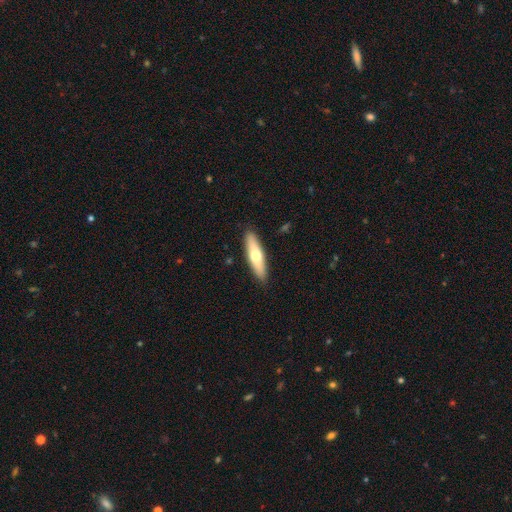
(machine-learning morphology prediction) This is possibly a smooth galaxy (58%). How rounded: likely cigar-shaped (64%). Merging: clearly none (89%).